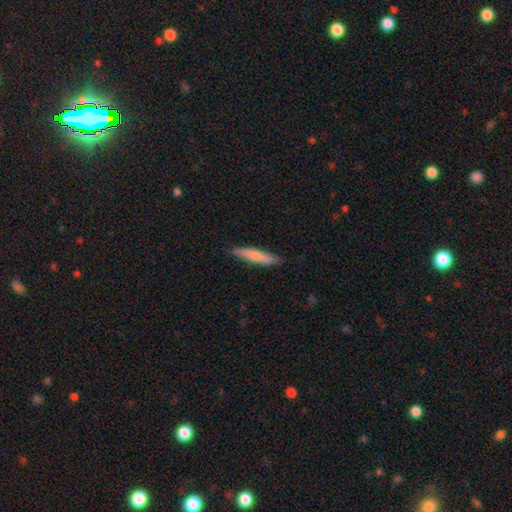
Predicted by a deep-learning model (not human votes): smooth 76%, featured or disk 19%, star or artifact 5%. Down the decision tree: how rounded — cigar-shaped (85%); merging — none (83%).